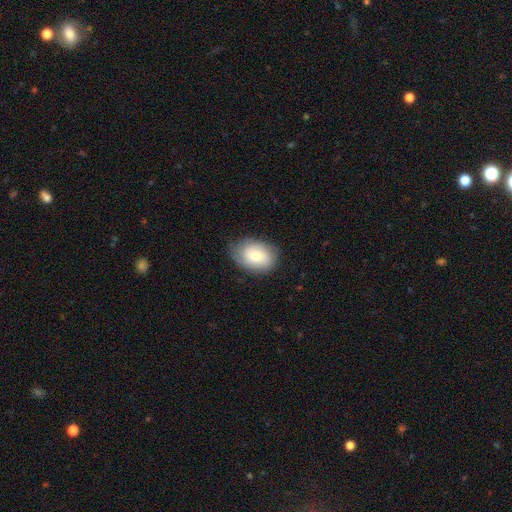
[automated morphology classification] smooth 72%, featured or disk 21%, star or artifact 7%. Down the decision tree: how rounded — in between (78%); merging — none (74%).